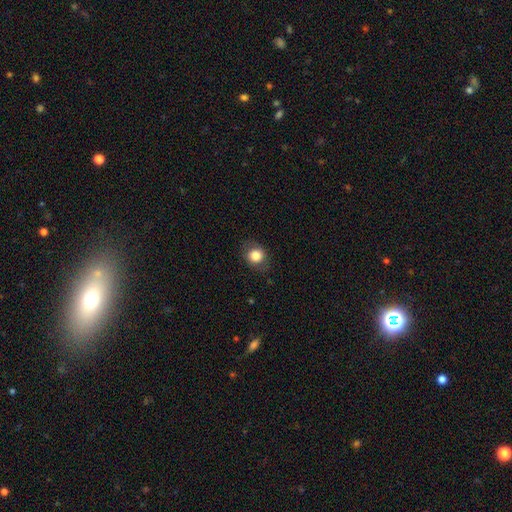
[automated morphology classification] Smooth or featured? smooth (81%)
How rounded? round (69%)
Merging? none (82%)